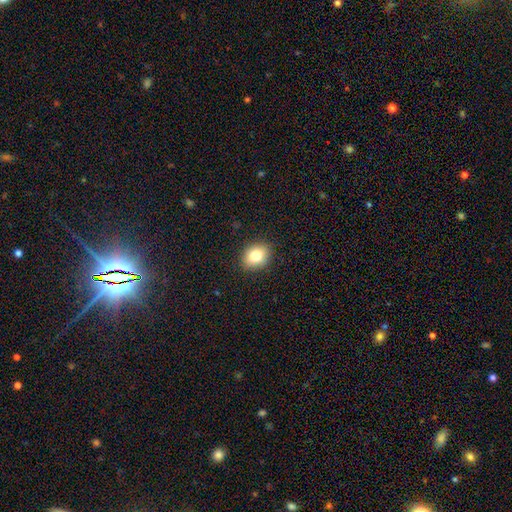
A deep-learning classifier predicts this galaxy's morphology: smooth 81%, star or artifact 10%, featured or disk 10%. Down the decision tree: how rounded — in between (57%); merging — none (88%).